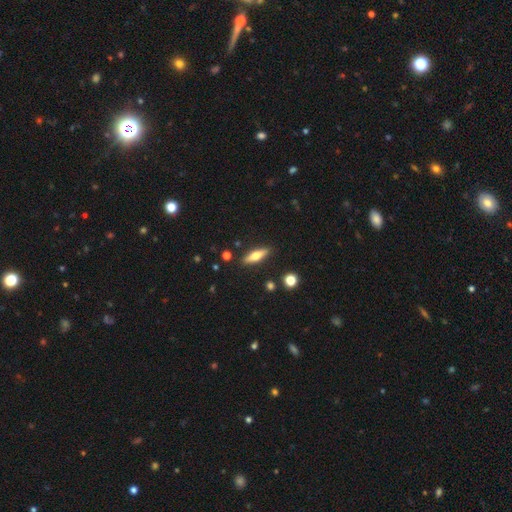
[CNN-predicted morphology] This is possibly a smooth galaxy (51%). How rounded: likely cigar-shaped (64%). Merging: clearly none (88%).